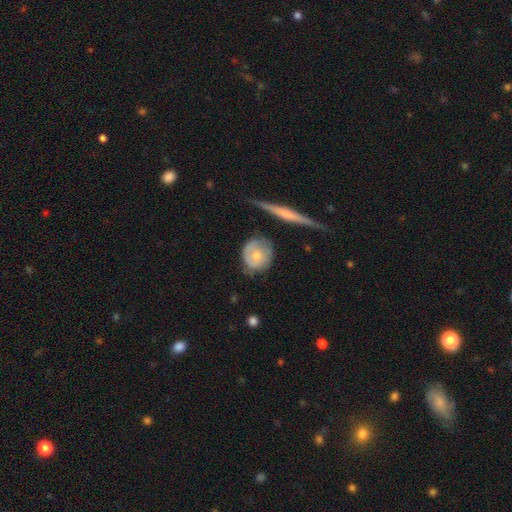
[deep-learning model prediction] smooth_or_featured: smooth (p=0.62) [alt: featured or disk p=0.32]
how_rounded: round (p=0.72) [alt: in between p=0.26]
merging: none (p=0.53) [alt: minor disturbance p=0.31]